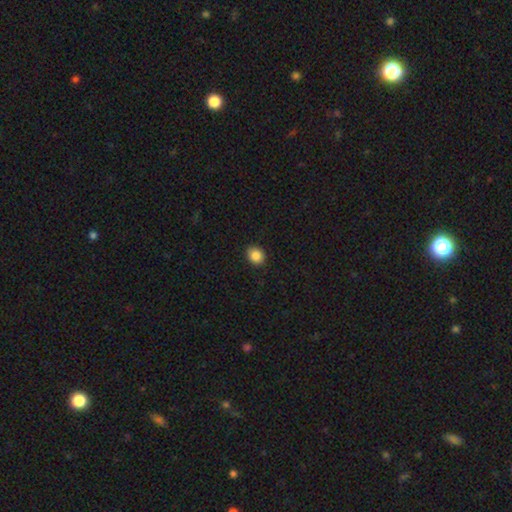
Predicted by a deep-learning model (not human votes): The model was most divided on "how rounded": round: 66%, in between: 33%, cigar-shaped: 1%. More confident: merging — none (91%); smooth or featured — smooth (87%).